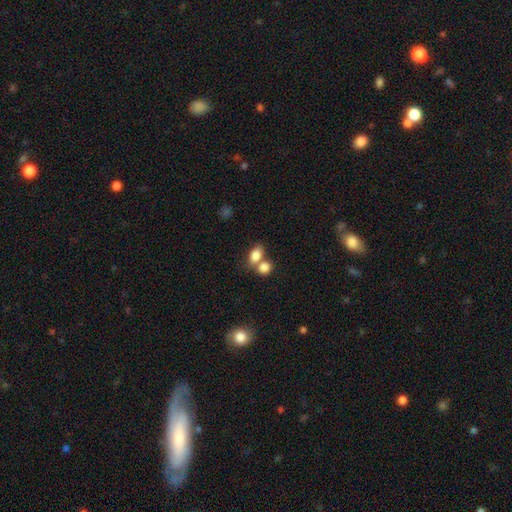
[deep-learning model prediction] Q: Smooth or featured?
A: smooth (82%); runner-up: featured or disk (9%)
Q: How rounded?
A: in between (82%); runner-up: round (16%)
Q: Merging?
A: merger (49%); runner-up: none (38%)